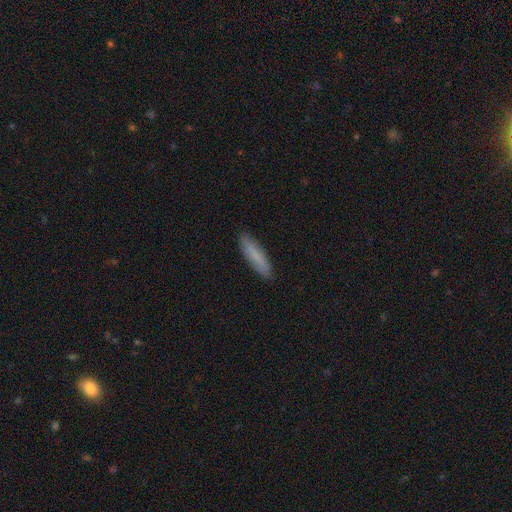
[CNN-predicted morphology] Smooth or featured? Predicted: smooth (p=0.78). How rounded? Predicted: cigar-shaped (p=0.75). Merging? Predicted: none (p=0.88).